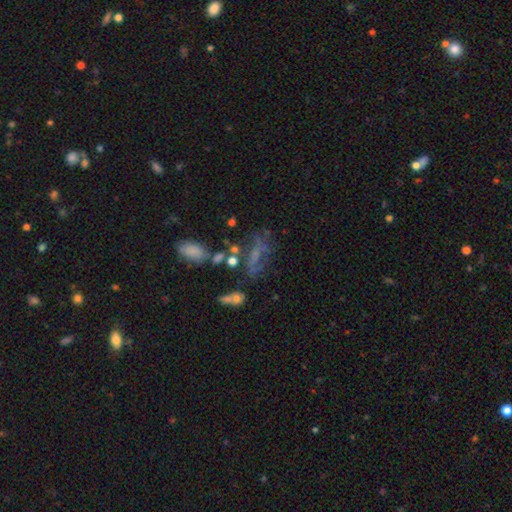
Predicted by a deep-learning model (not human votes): Smooth or featured? featured or disk (38%, tied with smooth)
Merging? none (45%)